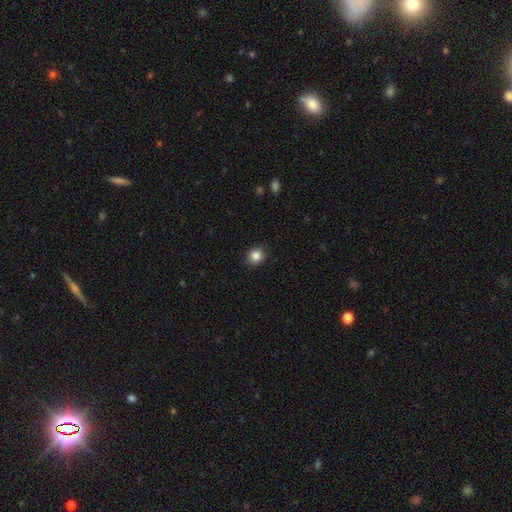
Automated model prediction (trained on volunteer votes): Smooth or featured? smooth (86%)
How rounded? round (71%)
Merging? none (90%)